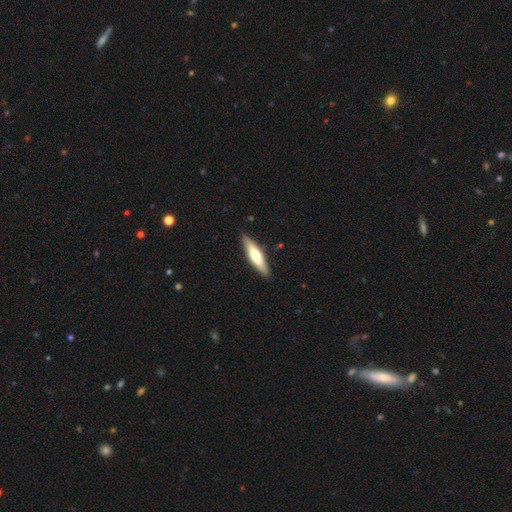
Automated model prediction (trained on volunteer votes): Smooth or featured? Predicted: smooth (p=0.53). How rounded? Predicted: cigar-shaped (p=0.73). Merging? Predicted: none (p=0.89).